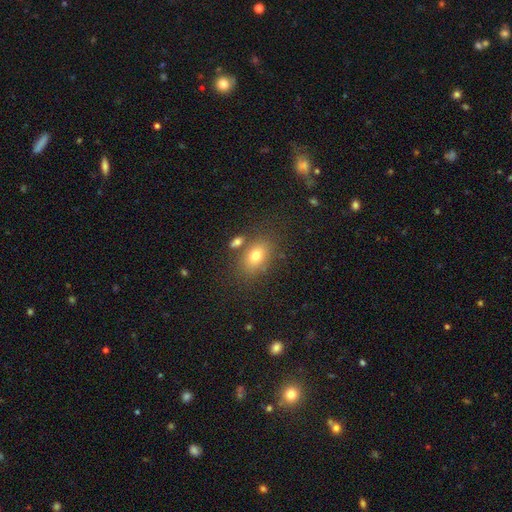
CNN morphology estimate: A smooth galaxy with no disk features (75%) that is in between round and cigar-shaped (76%).

Vote fractions:
- Smooth or featured? smooth: 75% / featured or disk: 13% / star or artifact: 11%
- How rounded? in between: 76% / round: 22% / cigar-shaped: 2%
- Merging? none: 71% / minor disturbance: 13% / merger: 11% / major disturbance: 5%